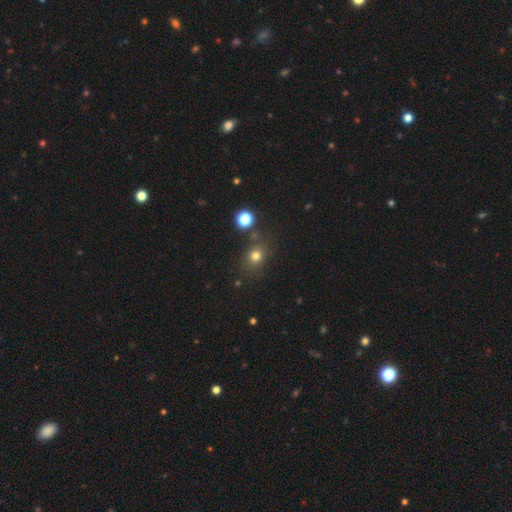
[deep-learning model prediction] Overall: smooth (73%). How rounded: round (64%; in between 35%). Merging: none (78%).